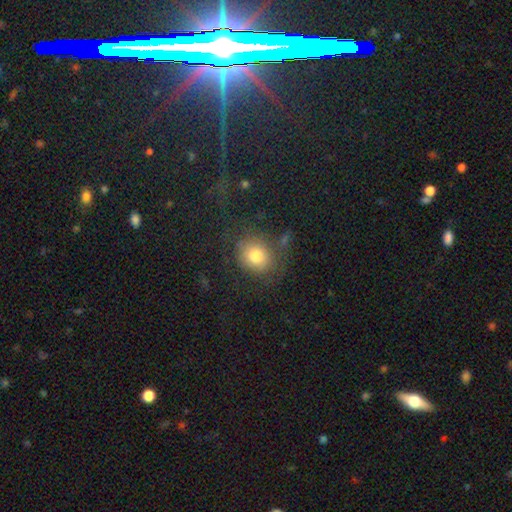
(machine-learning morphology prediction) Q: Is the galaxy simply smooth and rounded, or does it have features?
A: smooth — 75%.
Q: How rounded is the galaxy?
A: round — 75%.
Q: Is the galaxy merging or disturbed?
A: none — 67%.